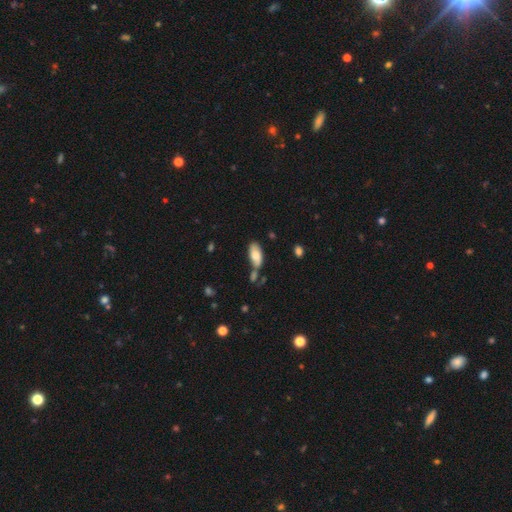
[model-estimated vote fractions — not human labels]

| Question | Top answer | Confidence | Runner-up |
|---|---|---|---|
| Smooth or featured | smooth | 76% | featured or disk (17%) |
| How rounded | in between | 89% | cigar-shaped (9%) |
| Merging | none | 52% | minor disturbance (20%) |